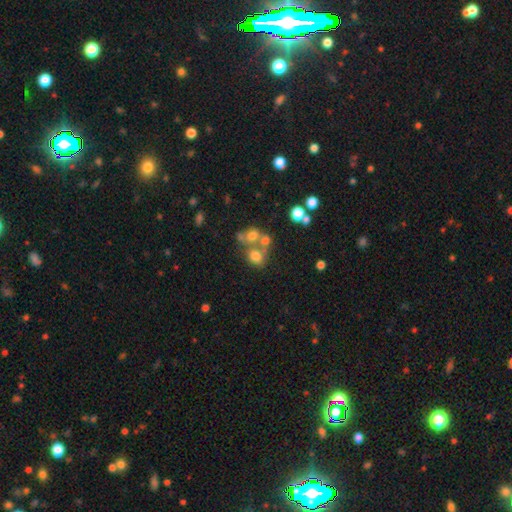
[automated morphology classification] smooth 65%, featured or disk 18%, star or artifact 17%. Down the decision tree: how rounded — round (67%); merging — merger (44%).